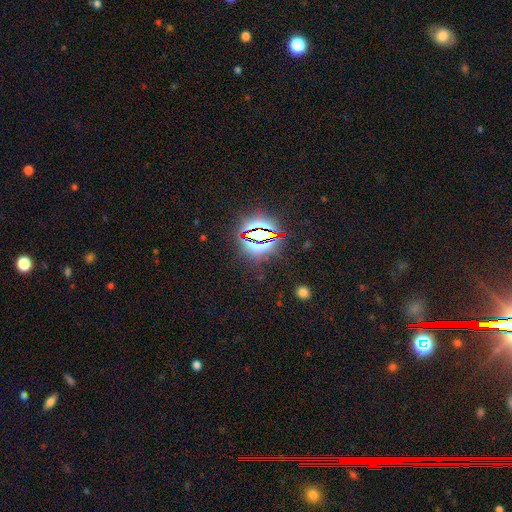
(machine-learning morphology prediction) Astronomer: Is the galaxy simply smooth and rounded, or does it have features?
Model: star or artifact — 82%.